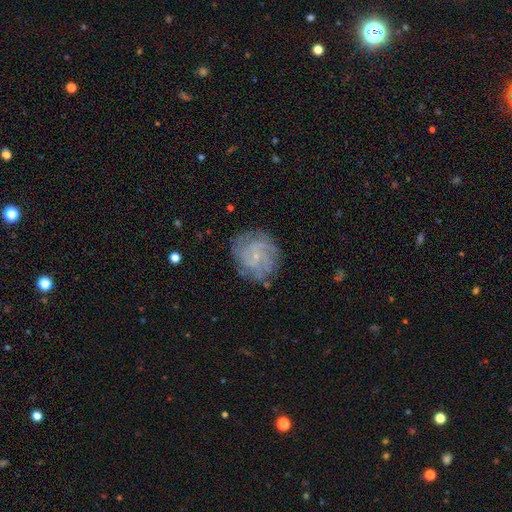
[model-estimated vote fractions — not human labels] smooth_or_featured: featured or disk (p=0.76) [alt: smooth p=0.17]
disk_edge_on: no (p=0.97) [alt: yes p=0.03]
bar: no (p=0.67) [alt: weak p=0.29]
has_spiral_arms: yes (p=0.92) [alt: no p=0.08]
spiral_winding: tight (p=0.59) [alt: medium p=0.32]
spiral_arm_count: can't tell (p=0.36) [alt: 2 p=0.19]
bulge_size: small (p=0.82) [alt: moderate p=0.10]
merging: none (p=0.77) [alt: minor disturbance p=0.15]